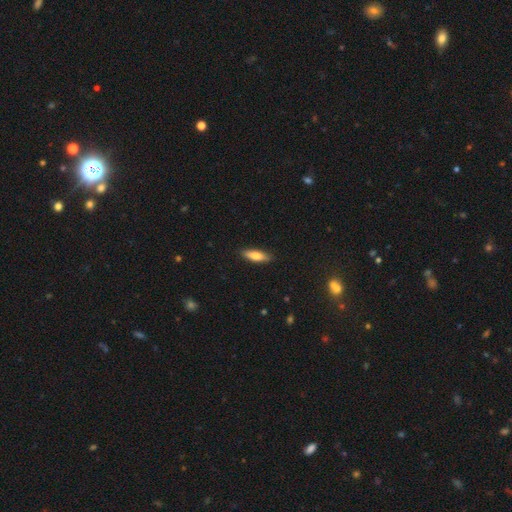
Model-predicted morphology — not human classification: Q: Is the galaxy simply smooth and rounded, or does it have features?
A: smooth — 76%.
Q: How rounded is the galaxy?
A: cigar-shaped — 56%.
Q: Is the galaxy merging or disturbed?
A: none — 89%.